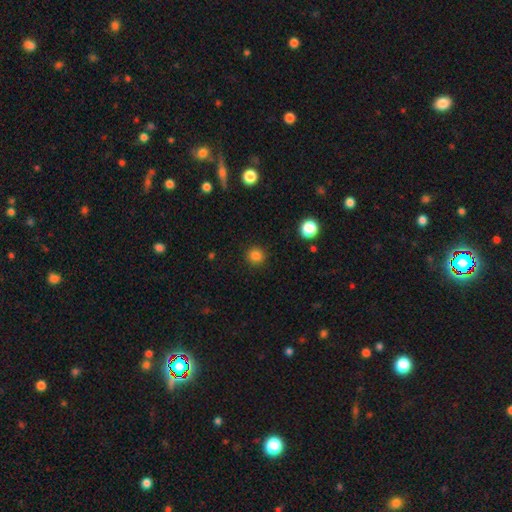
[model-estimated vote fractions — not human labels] A smooth galaxy with no disk features (84%) that is round (94%).

Vote fractions:
- Smooth or featured? smooth: 84% / star or artifact: 13% / featured or disk: 3%
- How rounded? round: 94% / in between: 5% / cigar-shaped: 1%
- Merging? none: 91% / minor disturbance: 6% / major disturbance: 2% / merger: 1%